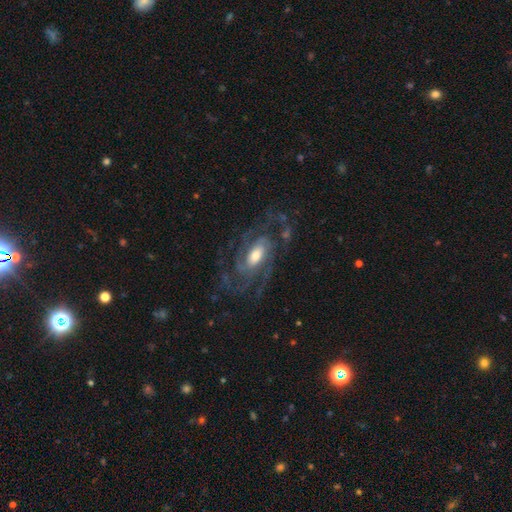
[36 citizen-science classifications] Overall: featured or disk (86%). Edge-on disk: no (100%). Bar: no (71%). Spiral arms: yes (100%). Spiral arm count: 3 (77%). Spiral winding: tight (55%; medium 42%). Bulge size: moderate (65%). Merging: none (67%).